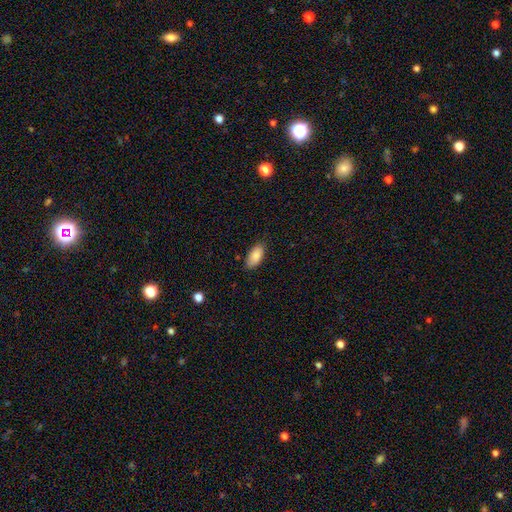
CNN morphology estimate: smooth 86%, featured or disk 7%, star or artifact 7%. Down the decision tree: how rounded — in between (92%); merging — none (82%).